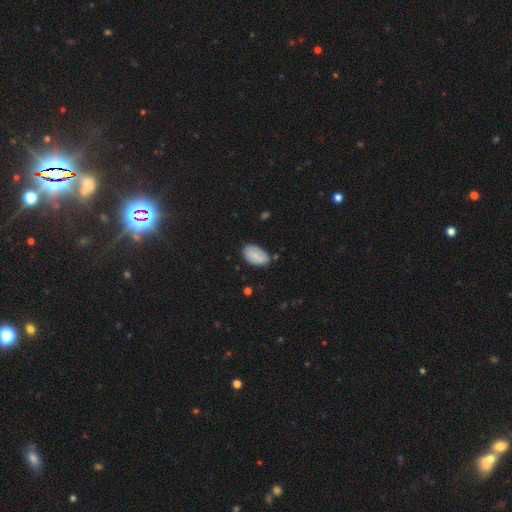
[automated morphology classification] Overall: smooth (84%). How rounded: in between (95%). Merging: none (70%).